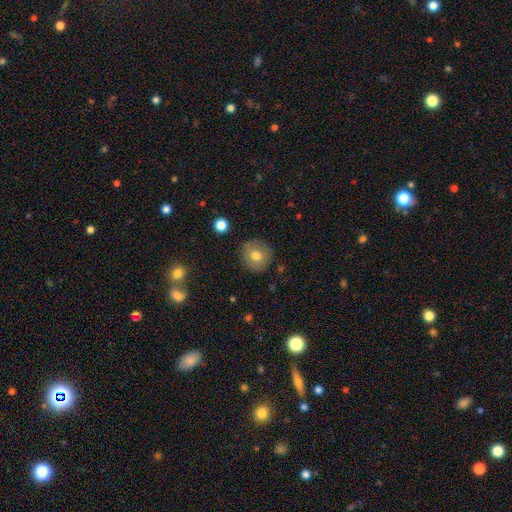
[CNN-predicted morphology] Q: Smooth or featured?
A: smooth (73%); runner-up: featured or disk (18%)
Q: How rounded?
A: round (92%); runner-up: in between (7%)
Q: Merging?
A: none (87%); runner-up: minor disturbance (9%)